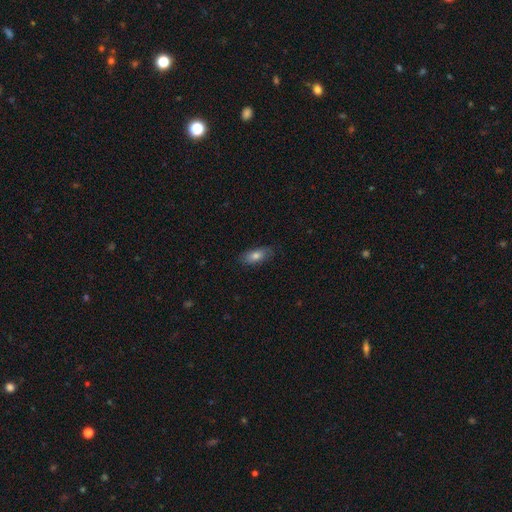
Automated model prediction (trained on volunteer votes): Smooth or featured?
  - smooth: 75% *
  - featured or disk: 18%
  - star or artifact: 7%
How rounded?
  - in between: 86% *
  - cigar-shaped: 10%
  - round: 4%
Merging?
  - none: 78% *
  - minor disturbance: 17%
  - major disturbance: 3%
  - merger: 1%